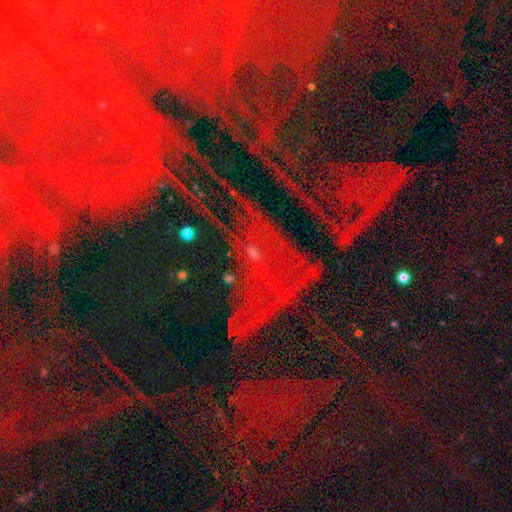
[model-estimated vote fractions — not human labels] smooth_or_featured: star or artifact (p=0.82) [alt: featured or disk p=0.09]